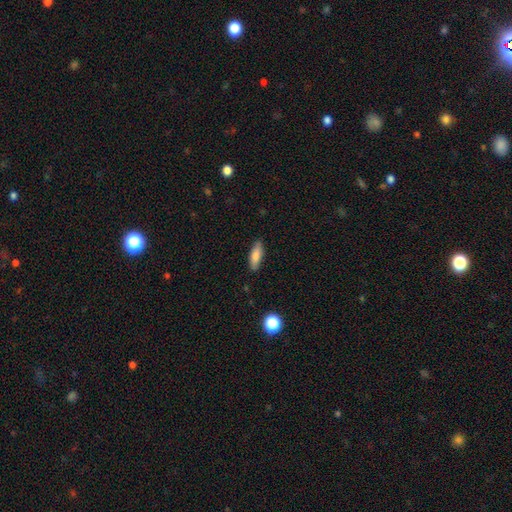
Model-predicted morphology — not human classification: smooth_or_featured: smooth (p=0.80) [alt: featured or disk p=0.13]
how_rounded: in between (p=0.57) [alt: cigar-shaped p=0.41]
merging: none (p=0.87) [alt: minor disturbance p=0.09]